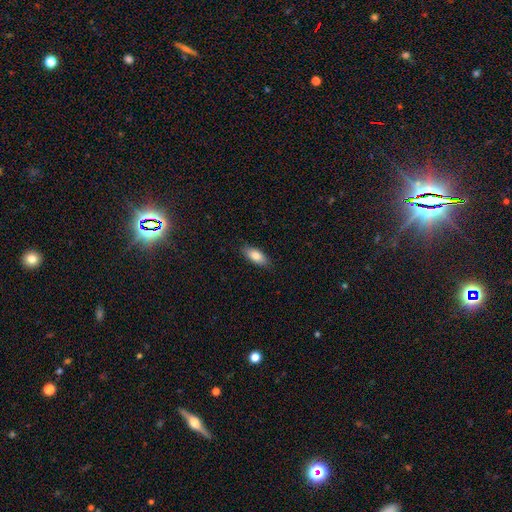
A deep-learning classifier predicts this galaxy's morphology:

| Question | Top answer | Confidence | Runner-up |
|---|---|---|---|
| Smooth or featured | smooth | 80% | featured or disk (14%) |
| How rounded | in between | 80% | cigar-shaped (18%) |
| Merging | none | 86% | minor disturbance (11%) |